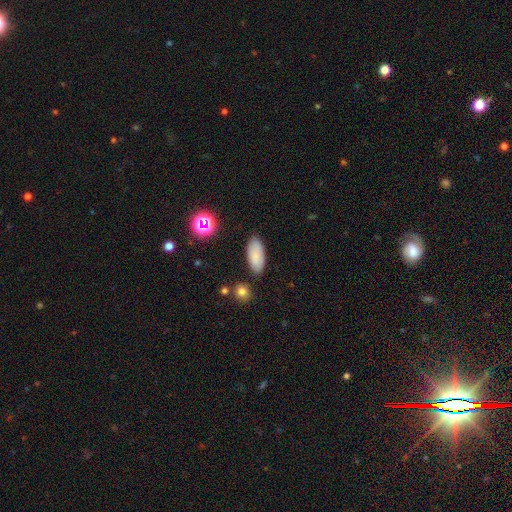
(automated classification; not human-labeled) Smooth or featured: smooth — 83% (star or artifact — 9%)
How rounded: in between — 90% (cigar-shaped — 7%)
Merging: none — 83% (minor disturbance — 11%)